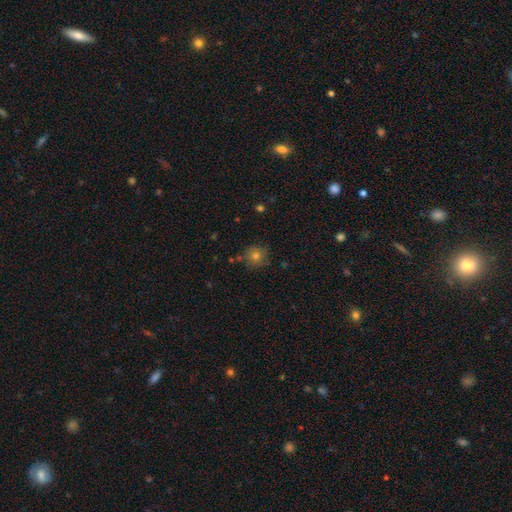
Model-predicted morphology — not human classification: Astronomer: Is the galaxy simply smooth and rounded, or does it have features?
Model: smooth — 74%.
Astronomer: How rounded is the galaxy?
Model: round — 90%.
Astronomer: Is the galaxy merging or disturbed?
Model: none — 79%.